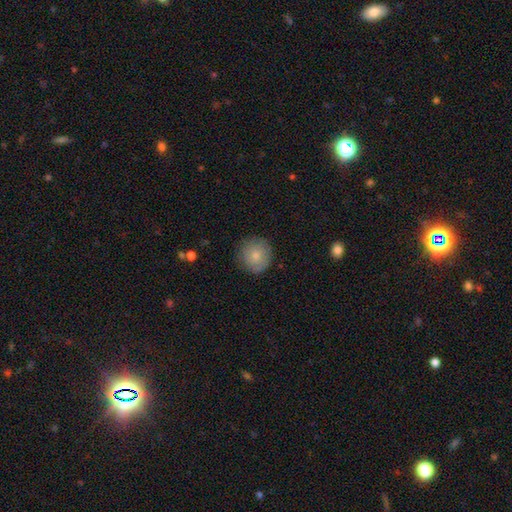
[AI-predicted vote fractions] Morphology: type=smooth (78%); roundness=round (92%); merging=none (83%).